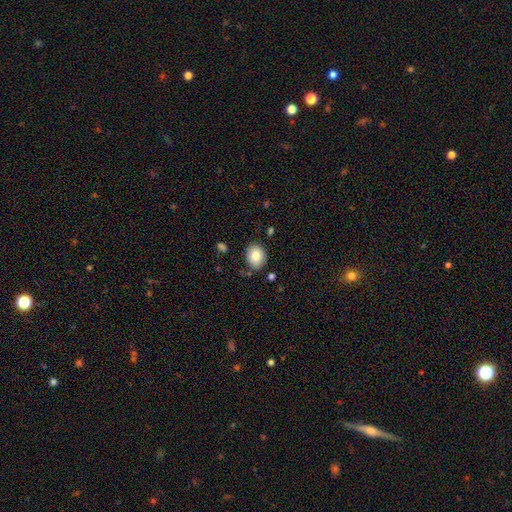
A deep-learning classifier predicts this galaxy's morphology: Smooth or featured: smooth — 83% (featured or disk — 9%)
How rounded: in between — 51% (round — 48%)
Merging: none — 82% (minor disturbance — 13%)